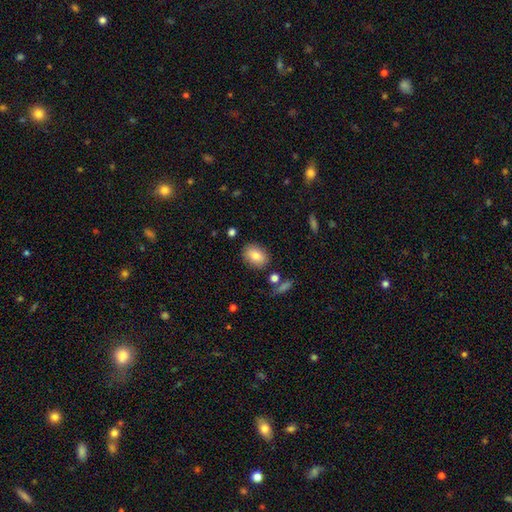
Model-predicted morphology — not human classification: smooth_or_featured: smooth (p=0.81) [alt: featured or disk p=0.11]
how_rounded: in between (p=0.73) [alt: round p=0.26]
merging: none (p=0.83) [alt: minor disturbance p=0.11]